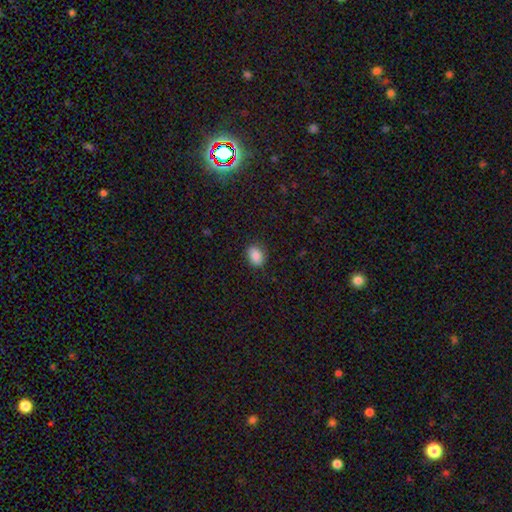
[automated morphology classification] Smooth or featured? Predicted: smooth (p=0.88). How rounded? Predicted: in between (p=0.69). Merging? Predicted: none (p=0.82).